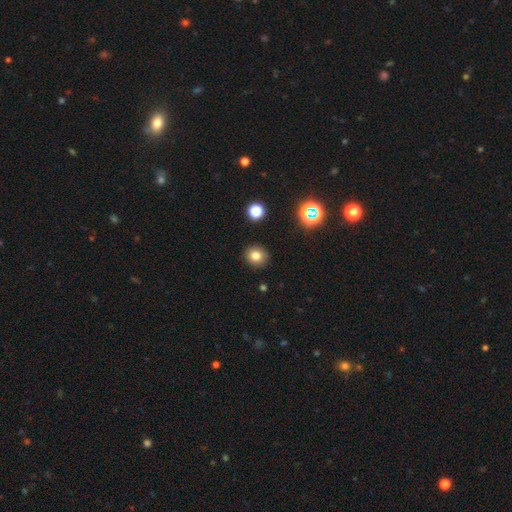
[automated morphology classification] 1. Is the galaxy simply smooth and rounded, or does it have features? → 79% smooth, 14% star or artifact, 7% featured or disk.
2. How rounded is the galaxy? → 84% round, 15% in between, 1% cigar-shaped.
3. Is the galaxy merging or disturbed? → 90% none, 7% minor disturbance, 2% major disturbance, 1% merger.